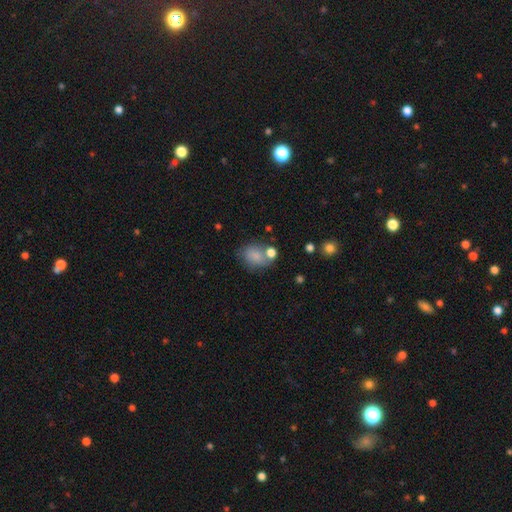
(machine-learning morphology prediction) Smooth or featured: smooth — 79% (featured or disk — 11%)
How rounded: in between — 57% (round — 42%)
Merging: none — 50% (merger — 21%)